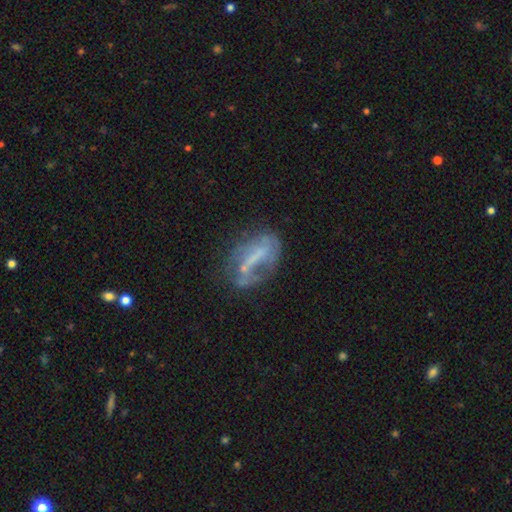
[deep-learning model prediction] Smooth or featured? featured or disk (58%)
Edge-on disk? no (91%)
Bar? no (37%)
Spiral arms? no (62%)
Bulge size? none (56%)
Merging? none (43%)